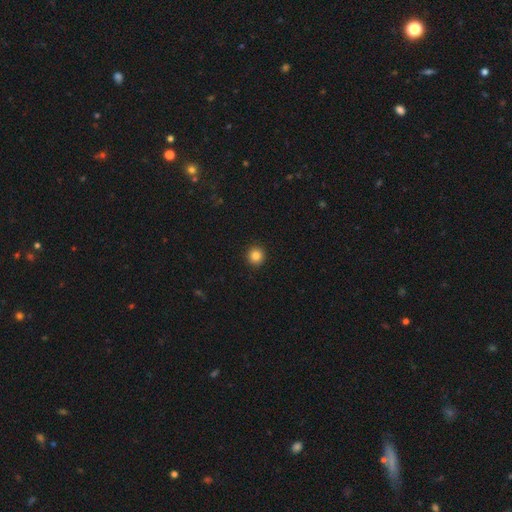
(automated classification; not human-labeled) smooth-or-featured: smooth: 85% | star or artifact: 11% | featured or disk: 4%
  how-rounded: round: 94% | in between: 5% | cigar-shaped: 1%
  merging: none: 93% | minor disturbance: 4% | major disturbance: 2% | merger: 1%